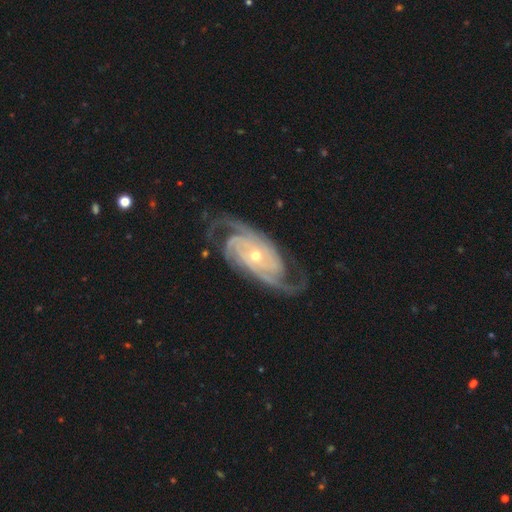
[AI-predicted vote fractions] smooth-or-featured: featured or disk: 93% | star or artifact: 4% | smooth: 3%
  disk-edge-on: no: 96% | yes: 4%
    bar: no: 66% | weak: 22% | strong: 11%
    has-spiral-arms: yes: 98% | no: 2%
      spiral-winding: tight: 61% | medium: 33% | loose: 7%
      spiral-arm-count: 3: 37% | 2: 24% | 4: 16% | can't tell: 10% | more than 4: 7% | 1: 6%
    bulge-size: small: 51% | moderate: 45% | large: 2% | none: 1% | dominant: 1%
  merging: none: 73% | minor disturbance: 16% | major disturbance: 9% | merger: 1%